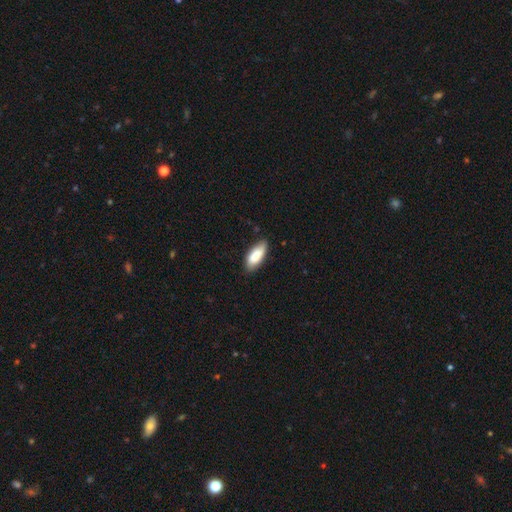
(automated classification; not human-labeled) A smooth galaxy with no disk features (84%) that is in between round and cigar-shaped (83%). Merging: none (74%).